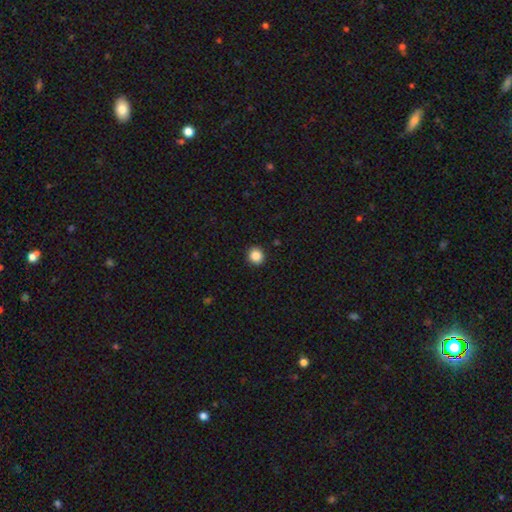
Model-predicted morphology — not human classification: Overall: smooth (87%). How rounded: round (87%). Merging: none (92%).